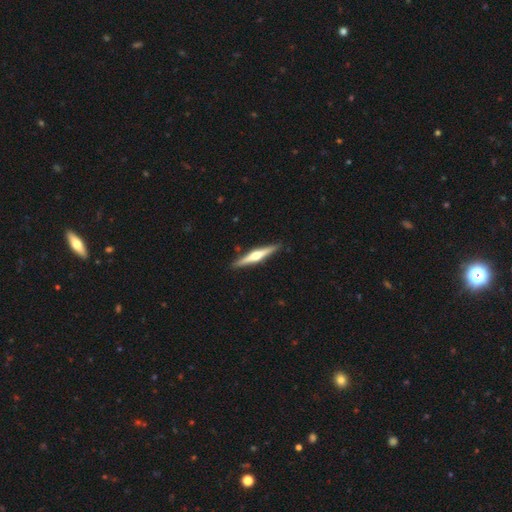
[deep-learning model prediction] Smooth or featured? featured or disk (73%)
Edge-on disk? yes (98%)
Edge-on bulge? rounded (93%)
Merging? none (91%)